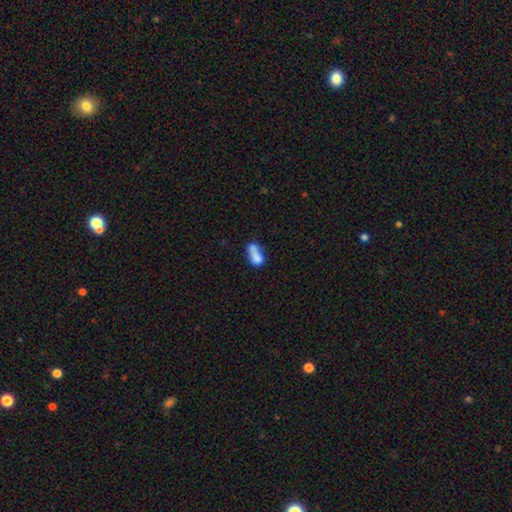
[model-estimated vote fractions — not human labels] smooth 69%, featured or disk 20%, star or artifact 10%. Down the decision tree: how rounded — in between (74%); merging — merger (48%).